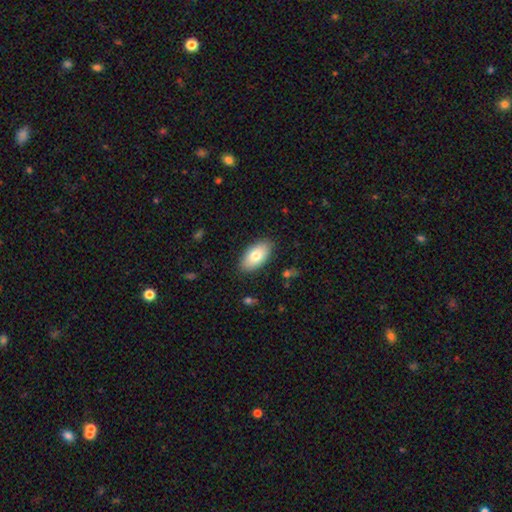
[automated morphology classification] Smooth or featured? smooth (78%)
How rounded? in between (95%)
Merging? none (87%)